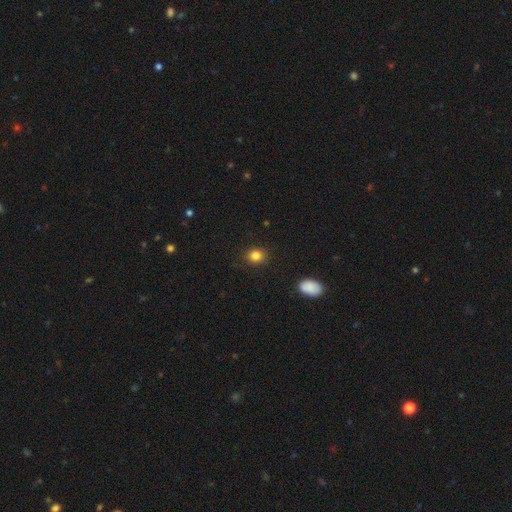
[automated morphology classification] This is clearly a smooth galaxy (84%). How rounded: likely round (72%). Merging: clearly none (88%).